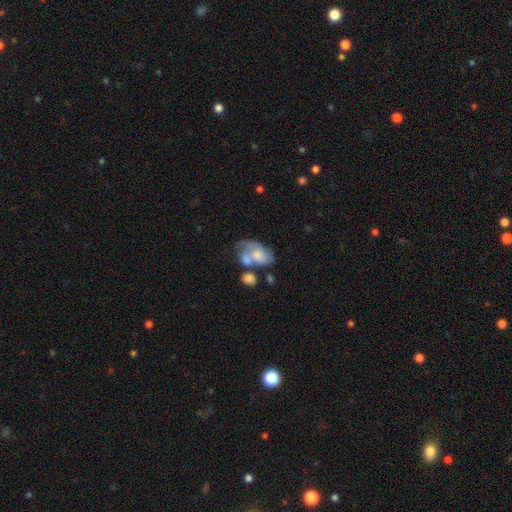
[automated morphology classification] A smooth galaxy with no disk features (51%) that is in between round and cigar-shaped (85%). Merging: merger (43%).